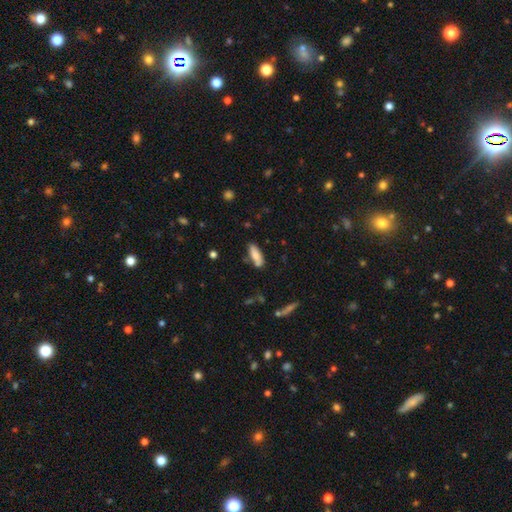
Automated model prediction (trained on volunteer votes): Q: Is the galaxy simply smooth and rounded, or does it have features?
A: smooth — 82%.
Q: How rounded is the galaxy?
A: in between — 65%.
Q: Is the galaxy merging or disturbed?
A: none — 72%.